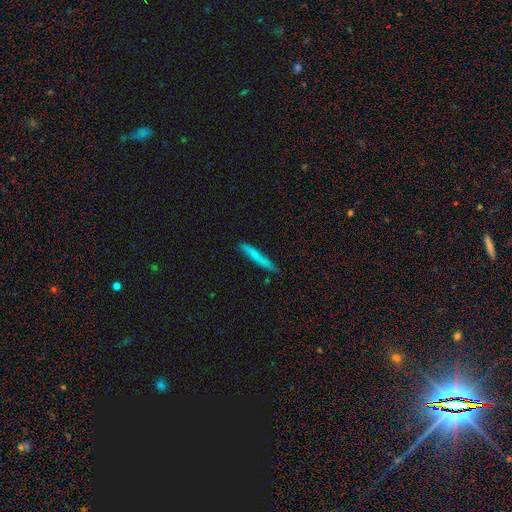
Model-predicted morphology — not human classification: A smooth galaxy with no disk features (63%) that is cigar-shaped (91%). Merging: none (77%).